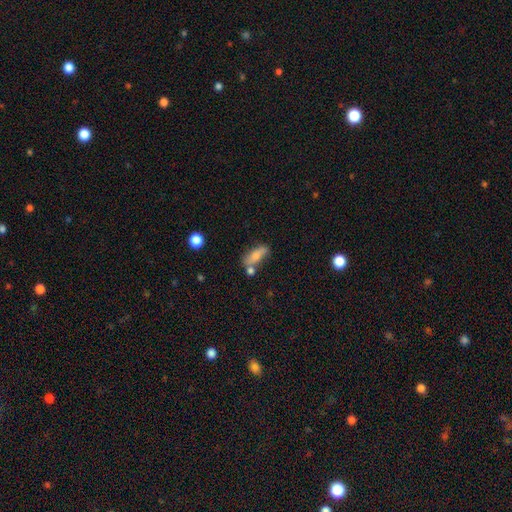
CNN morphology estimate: smooth 71%, featured or disk 21%, star or artifact 8%. Down the decision tree: how rounded — in between (57%); merging — none (58%).